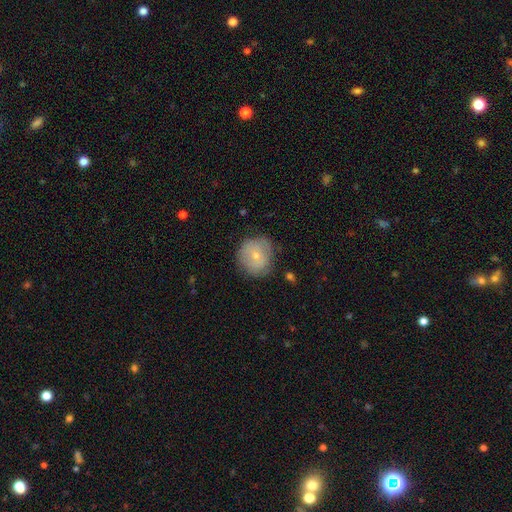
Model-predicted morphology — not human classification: smooth_or_featured: smooth (p=0.64) [alt: featured or disk p=0.28]
how_rounded: round (p=0.86) [alt: in between p=0.13]
merging: none (p=0.70) [alt: minor disturbance p=0.22]